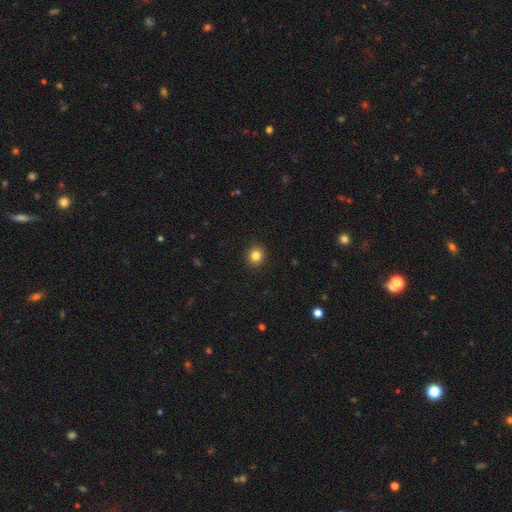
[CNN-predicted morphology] type=smooth (84%); roundness=round (85%); merging=none (92%).